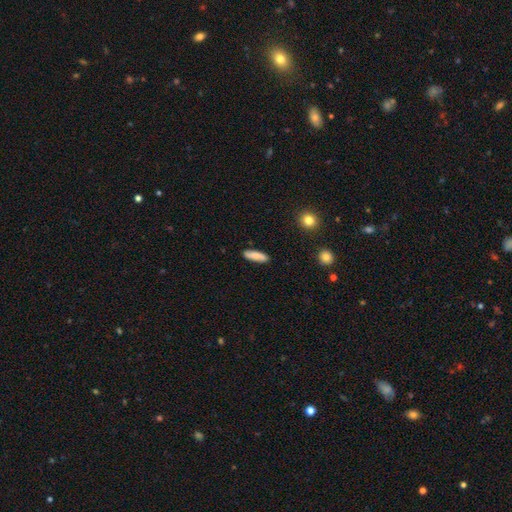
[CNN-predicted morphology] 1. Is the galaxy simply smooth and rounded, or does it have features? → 84% smooth, 9% featured or disk, 6% star or artifact.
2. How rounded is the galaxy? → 61% cigar-shaped, 37% in between, 2% round.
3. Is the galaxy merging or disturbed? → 88% none, 9% minor disturbance, 2% major disturbance, 1% merger.